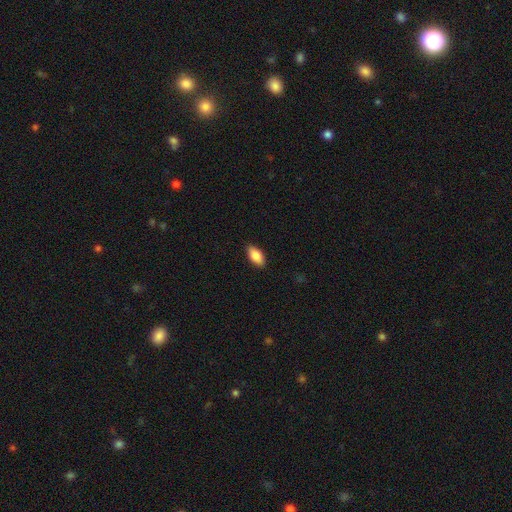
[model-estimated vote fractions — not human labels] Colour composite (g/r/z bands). It shows a smooth galaxy with no disk features (87%) that is in between round and cigar-shaped (91%). Merging: none (89%).